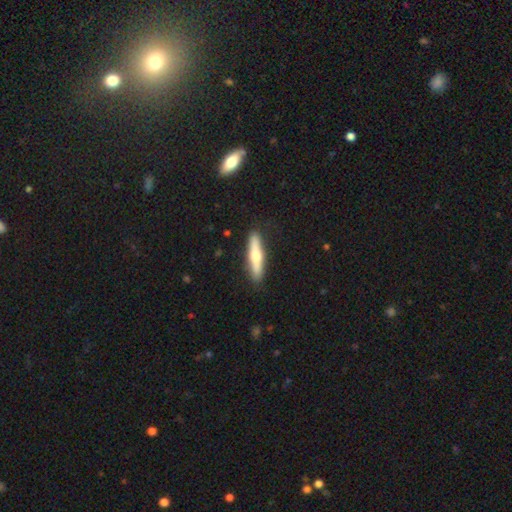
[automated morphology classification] Smooth or featured?
  - smooth: 57% *
  - featured or disk: 38%
  - star or artifact: 5%
How rounded?
  - cigar-shaped: 85% *
  - in between: 14%
  - round: 2%
Merging?
  - none: 88% *
  - minor disturbance: 9%
  - major disturbance: 2%
  - merger: 1%